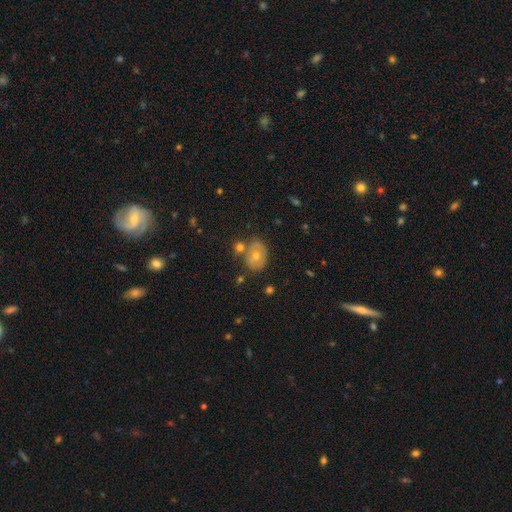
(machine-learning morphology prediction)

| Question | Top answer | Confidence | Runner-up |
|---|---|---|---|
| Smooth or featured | smooth | 46% | featured or disk (37%) |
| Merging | none | 69% | minor disturbance (15%) |